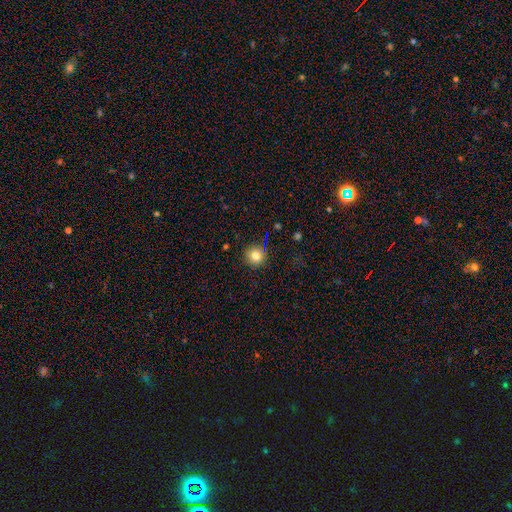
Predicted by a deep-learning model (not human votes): This is likely a smooth galaxy (79%). How rounded: clearly round (94%). Merging: clearly none (86%).